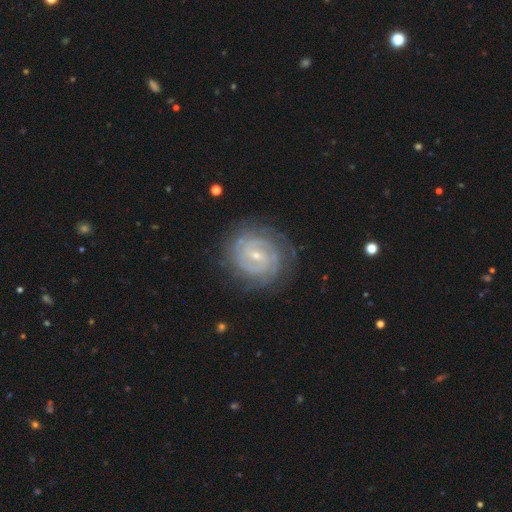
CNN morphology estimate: smooth-or-featured: featured or disk: 88% | smooth: 6% | star or artifact: 6%
  disk-edge-on: no: 97% | yes: 3%
    bar: weak: 52% | no: 29% | strong: 19%
    has-spiral-arms: yes: 97% | no: 3%
      spiral-winding: tight: 76% | medium: 21% | loose: 3%
      spiral-arm-count: 2: 50% | can't tell: 19% | 3: 15% | 4: 7% | more than 4: 5% | 1: 4%
    bulge-size: small: 74% | moderate: 22% | none: 2% | large: 1% | dominant: 1%
  merging: none: 81% | minor disturbance: 13% | major disturbance: 4% | merger: 1%